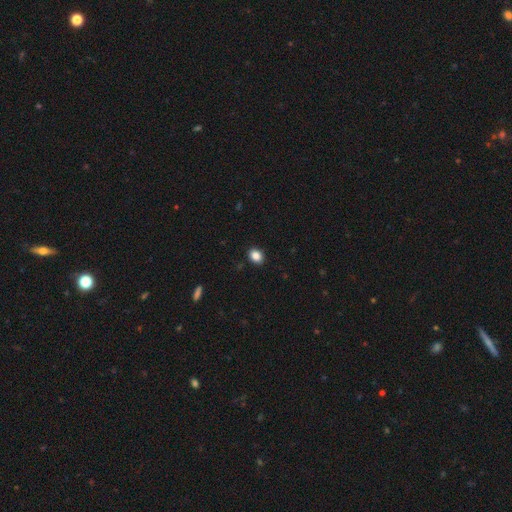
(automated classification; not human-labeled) A smooth galaxy with no disk features (87%) that is in between round and cigar-shaped (57%).

Vote fractions:
- Smooth or featured? smooth: 87% / star or artifact: 9% / featured or disk: 4%
- How rounded? in between: 57% / round: 42% / cigar-shaped: 1%
- Merging? none: 90% / minor disturbance: 7% / major disturbance: 2% / merger: 1%